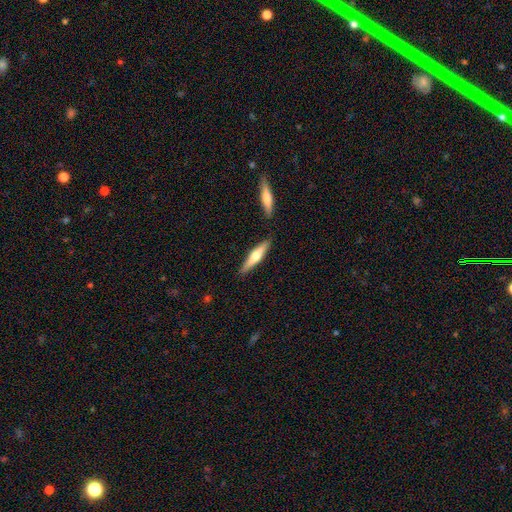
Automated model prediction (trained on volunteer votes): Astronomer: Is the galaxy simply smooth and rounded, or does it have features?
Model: smooth — 48% (runner-up: featured or disk, 47%).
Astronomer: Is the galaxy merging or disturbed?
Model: none — 84%.